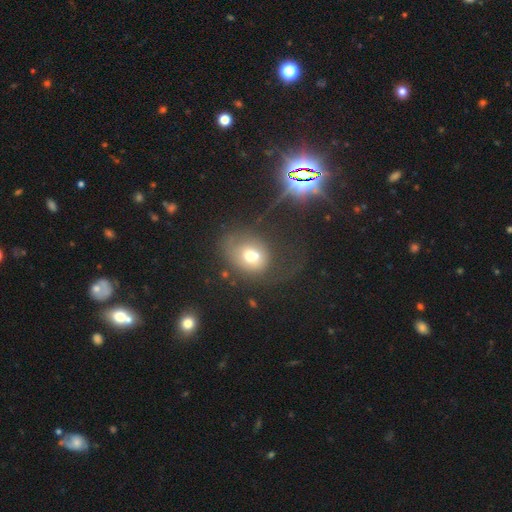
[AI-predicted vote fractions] Smooth or featured? Predicted: smooth (p=0.59). How rounded? Predicted: round (p=0.57). Merging? Predicted: major disturbance (p=0.30).